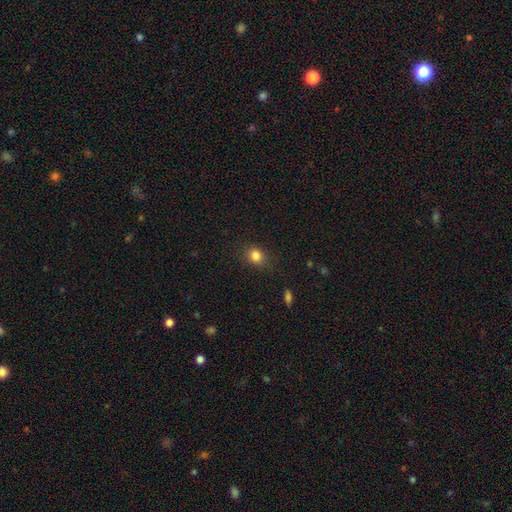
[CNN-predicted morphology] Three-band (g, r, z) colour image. It shows a smooth galaxy with no disk features (83%) that is round (66%). Merging: none (79%).